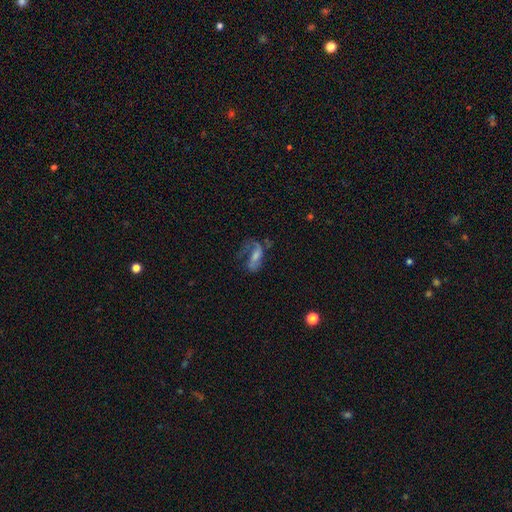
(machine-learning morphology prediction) featured or disk 56%, smooth 33%, star or artifact 10%. Down the decision tree: edge-on disk — no (93%); bar — no (41%); spiral arms — yes (72%); bulge size — moderate (33%); merging — major disturbance (45%).